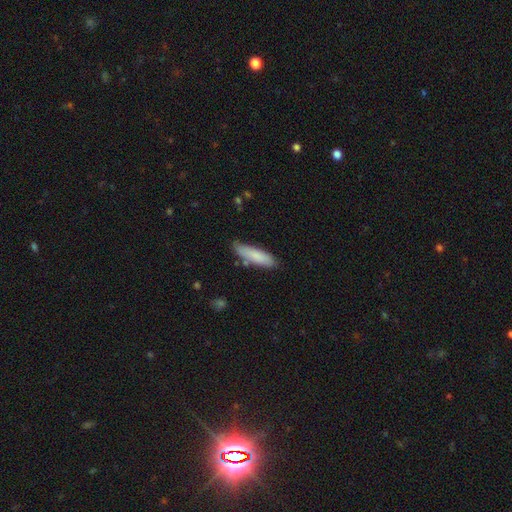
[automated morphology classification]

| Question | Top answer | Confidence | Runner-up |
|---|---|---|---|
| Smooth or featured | smooth | 83% | featured or disk (11%) |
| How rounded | cigar-shaped | 64% | in between (34%) |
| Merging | none | 74% | minor disturbance (19%) |